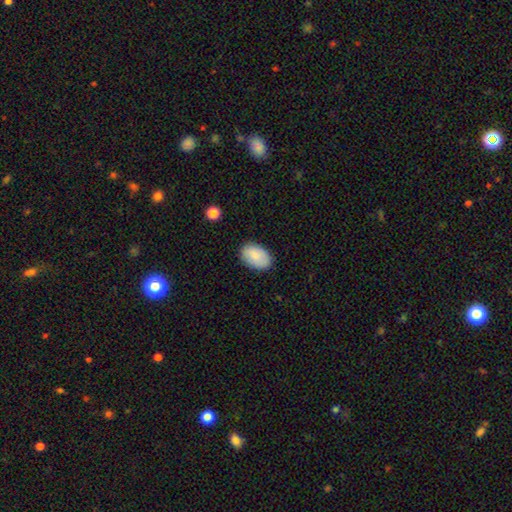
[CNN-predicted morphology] Smooth or featured? smooth (86%)
How rounded? in between (90%)
Merging? none (84%)